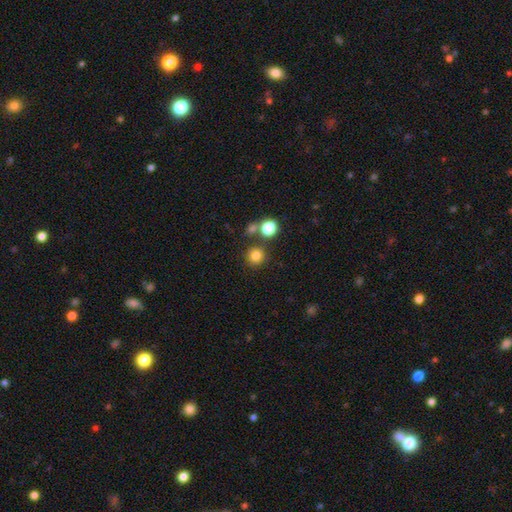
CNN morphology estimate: smooth-or-featured: smooth: 80% | star or artifact: 14% | featured or disk: 6%
  how-rounded: round: 92% | in between: 7% | cigar-shaped: 1%
  merging: none: 77% | merger: 12% | minor disturbance: 8% | major disturbance: 3%